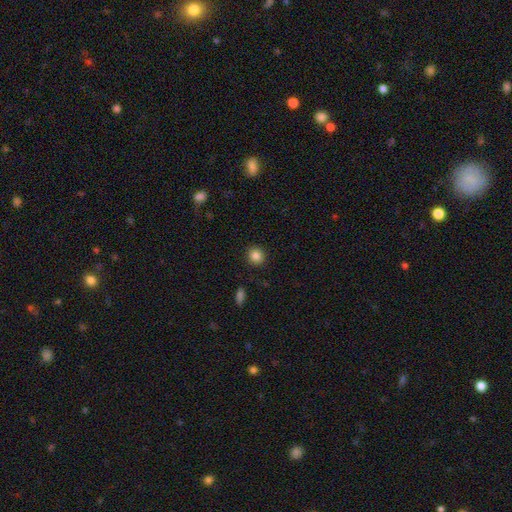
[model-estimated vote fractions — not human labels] Smooth or featured: smooth — 86% (star or artifact — 10%)
How rounded: round — 85% (in between — 14%)
Merging: none — 90% (minor disturbance — 7%)